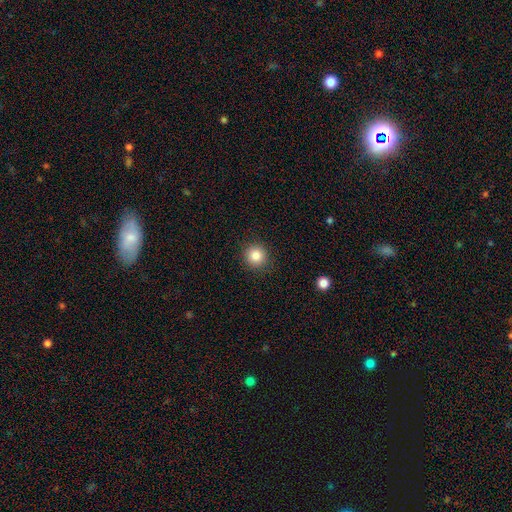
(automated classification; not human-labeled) Smooth or featured? smooth (85%)
How rounded? round (93%)
Merging? none (90%)